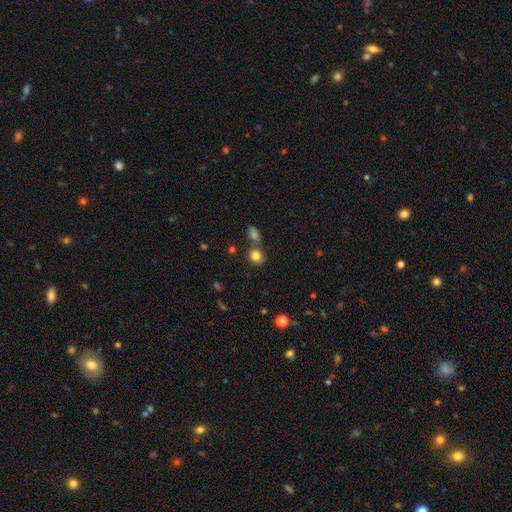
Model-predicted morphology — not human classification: Smooth or featured? smooth (83%)
How rounded? round (77%)
Merging? none (64%)